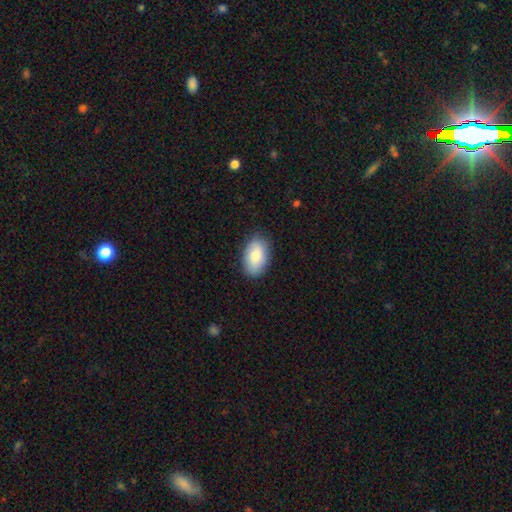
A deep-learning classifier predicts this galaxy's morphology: Smooth or featured? Predicted: smooth (p=0.80). How rounded? Predicted: in between (p=0.93). Merging? Predicted: none (p=0.84).